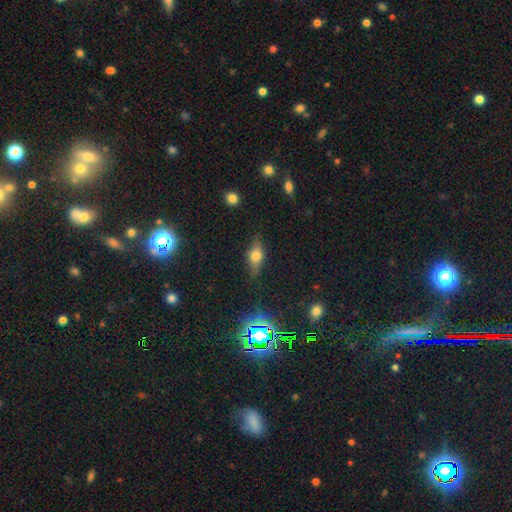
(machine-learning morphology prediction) Q: Smooth or featured?
A: smooth (51%); runner-up: featured or disk (35%)
Q: How rounded?
A: in between (71%); runner-up: cigar-shaped (18%)
Q: Merging?
A: none (79%); runner-up: minor disturbance (15%)